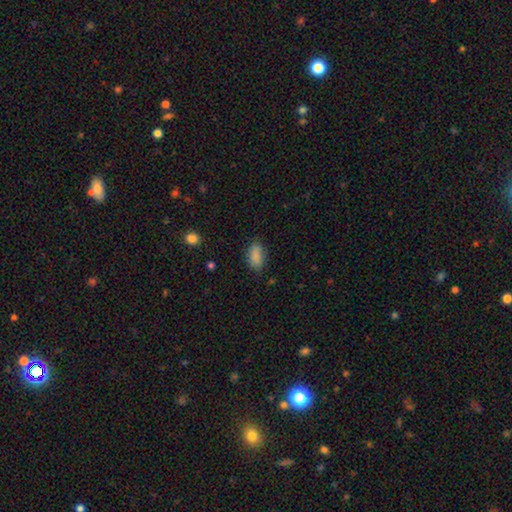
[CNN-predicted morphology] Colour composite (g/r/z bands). It shows a smooth galaxy with no disk features (87%) that is in between round and cigar-shaped (92%). Merging: none (81%).